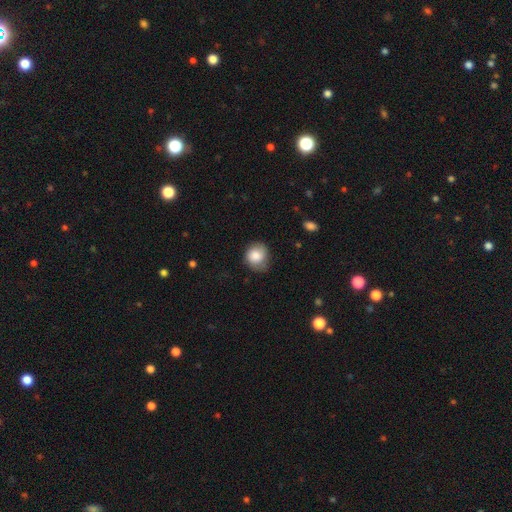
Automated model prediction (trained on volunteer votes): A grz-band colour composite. It shows a smooth galaxy with no disk features (80%) that is round (77%). Merging: none (61%).